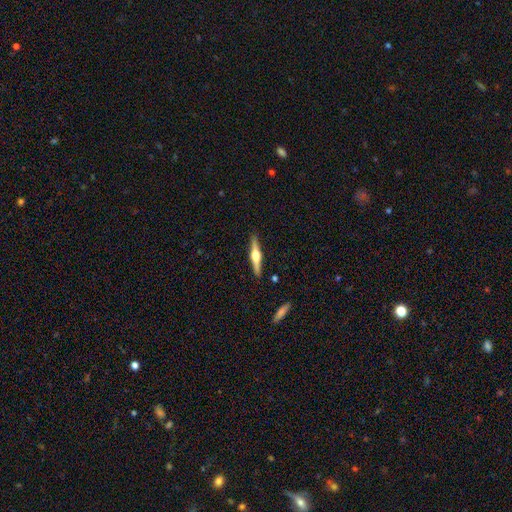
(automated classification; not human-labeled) A featured or disk galaxy (72%) viewed edge-on (98%) with a rounded central bulge (95%). Merging: none (90%).